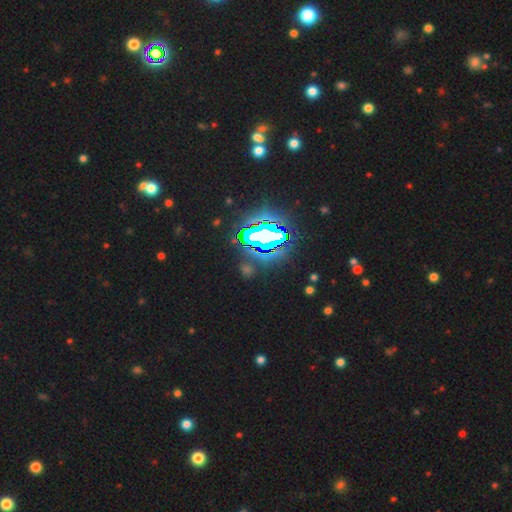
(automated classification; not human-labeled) Q: Smooth or featured?
A: star or artifact (85%); runner-up: smooth (8%)